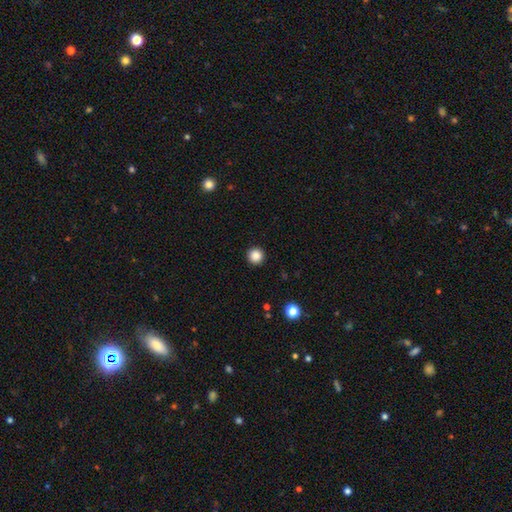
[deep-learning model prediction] Smooth or featured?
  - smooth: 86% *
  - star or artifact: 11%
  - featured or disk: 3%
How rounded?
  - round: 96% *
  - in between: 3%
  - cigar-shaped: 1%
Merging?
  - none: 93% *
  - minor disturbance: 4%
  - major disturbance: 2%
  - merger: 1%